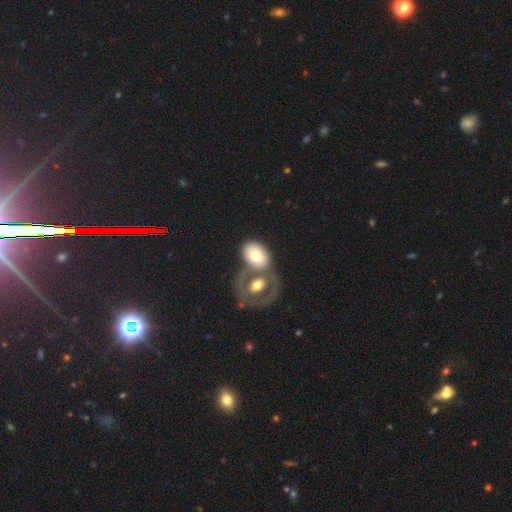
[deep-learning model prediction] A smooth galaxy with no disk features (66%) that is in between round and cigar-shaped (78%). Merging: merger (47%).